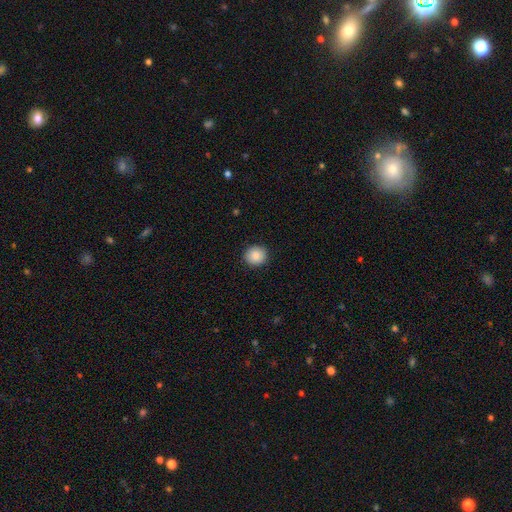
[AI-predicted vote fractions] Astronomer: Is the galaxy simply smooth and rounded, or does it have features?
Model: smooth — 87%.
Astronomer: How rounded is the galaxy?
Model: round — 87%.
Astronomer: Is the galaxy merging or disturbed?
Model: none — 90%.